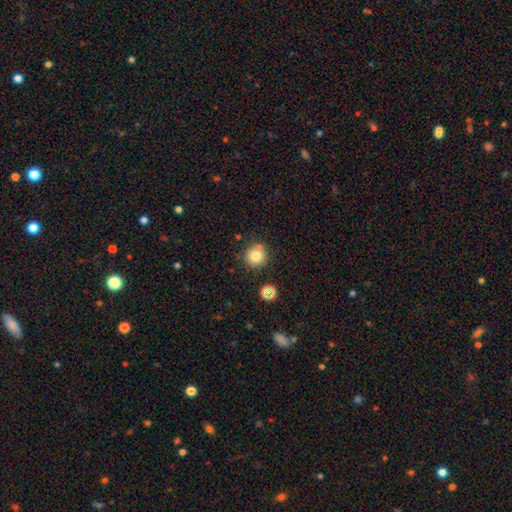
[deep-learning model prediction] The model was most divided on "smooth or featured": smooth: 80%, star or artifact: 12%, featured or disk: 7%. More confident: how rounded — round (92%); merging — none (80%).